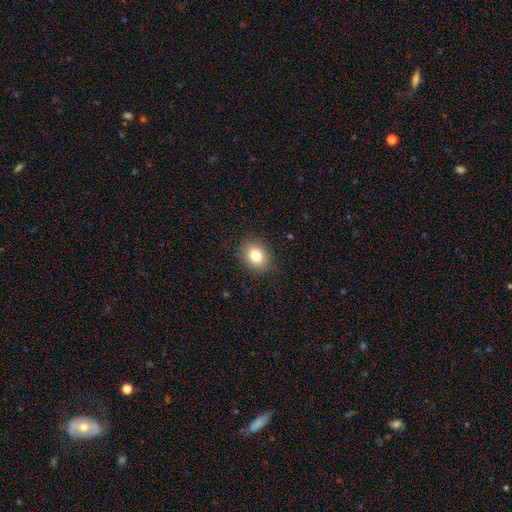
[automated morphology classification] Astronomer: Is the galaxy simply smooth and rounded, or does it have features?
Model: smooth — 81%.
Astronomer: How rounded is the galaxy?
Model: in between — 50% (runner-up: round, 49%).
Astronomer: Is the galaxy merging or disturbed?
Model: none — 88%.